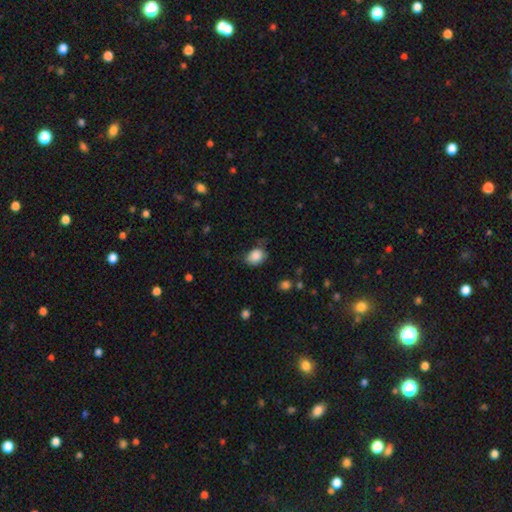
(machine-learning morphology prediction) A smooth galaxy with no disk features (87%) that is in between round and cigar-shaped (67%). Merging: none (63%).